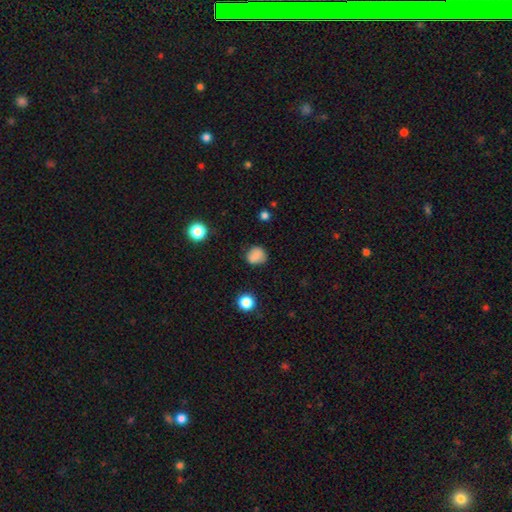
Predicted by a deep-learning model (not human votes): Q: Smooth or featured?
A: smooth (81%); runner-up: star or artifact (11%)
Q: How rounded?
A: round (76%); runner-up: in between (23%)
Q: Merging?
A: none (75%); runner-up: minor disturbance (18%)